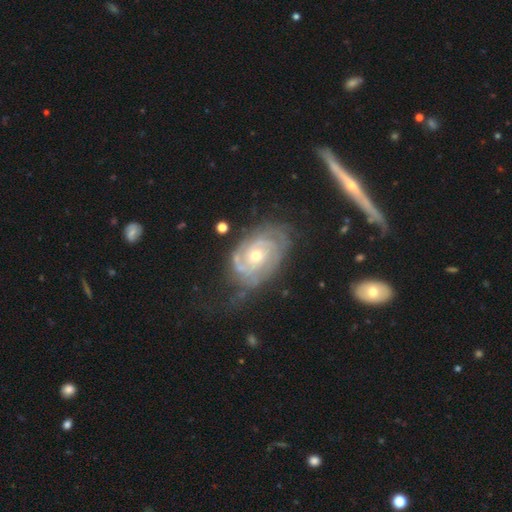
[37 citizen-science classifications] smooth-or-featured: featured or disk: 100% | smooth: 0% | star or artifact: 0%
  disk-edge-on: no: 97% | yes: 3%
    bar: no: 86% | weak: 8% | strong: 6%
    has-spiral-arms: yes: 94% | no: 6%
      spiral-winding: tight: 76% | medium: 21% | loose: 3%
      spiral-arm-count: 3: 41% | 2: 38% | can't tell: 18% | 4: 3% | 1: 0% | more than 4: 0%
    bulge-size: small: 53% | moderate: 44% | large: 3% | dominant: 0% | none: 0%
  merging: none: 51% | minor disturbance: 35% | major disturbance: 14% | merger: 0%